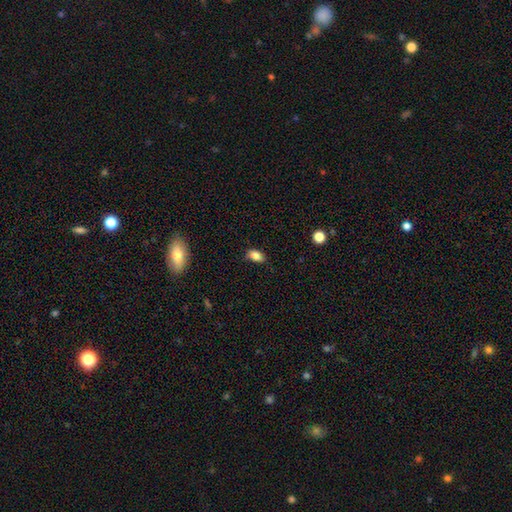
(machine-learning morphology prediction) Smooth or featured: smooth — 84% (star or artifact — 10%)
How rounded: in between — 86% (round — 11%)
Merging: none — 66% (minor disturbance — 27%)